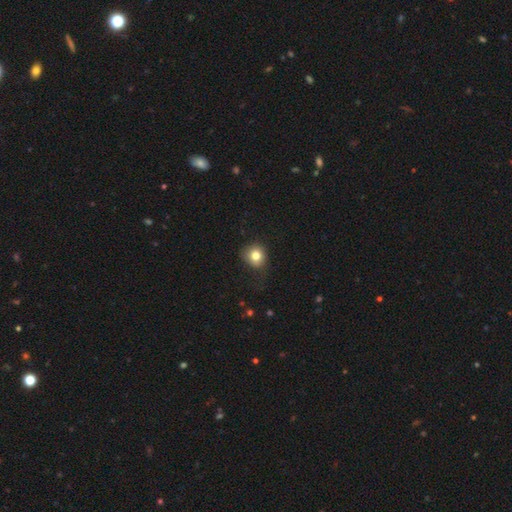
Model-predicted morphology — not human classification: This is likely a smooth galaxy (79%). How rounded: clearly round (81%). Merging: likely none (67%).